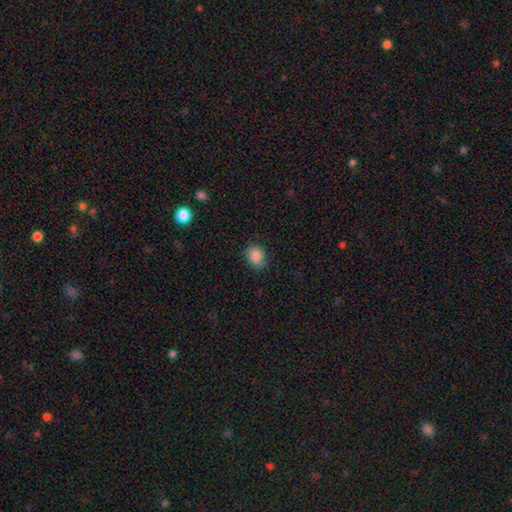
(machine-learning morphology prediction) A smooth galaxy with no disk features (87%) that is round (50%). Merging: none (85%).